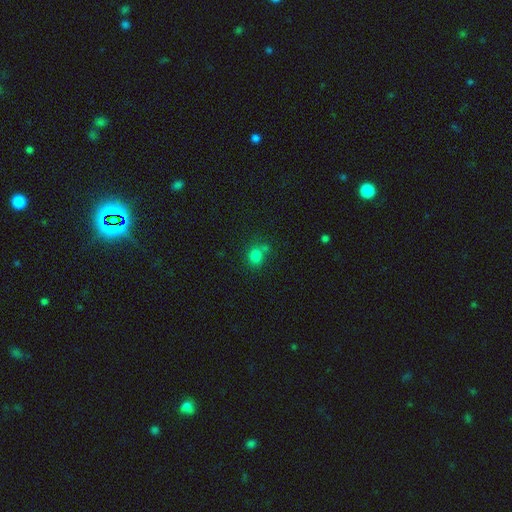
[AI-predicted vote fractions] Morphology: type=smooth (79%); roundness=round (74%); merging=none (59%).